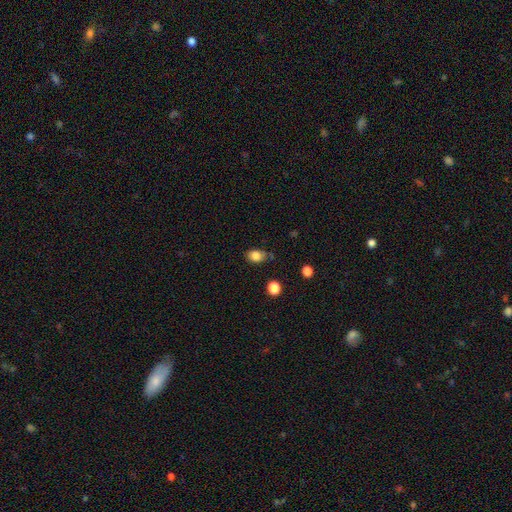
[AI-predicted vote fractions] This is clearly a smooth galaxy (83%). How rounded: likely in between (69%). Merging: likely none (67%).